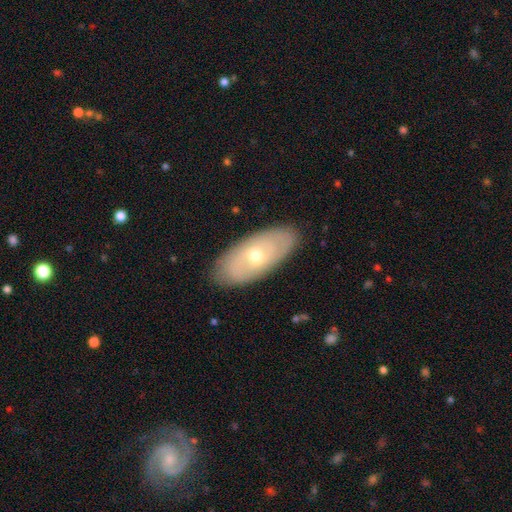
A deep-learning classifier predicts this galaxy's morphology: smooth_or_featured: featured or disk (p=0.52) [alt: smooth p=0.41]
disk_edge_on: no (p=0.84) [alt: yes p=0.16]
merging: none (p=0.85) [alt: minor disturbance p=0.11]